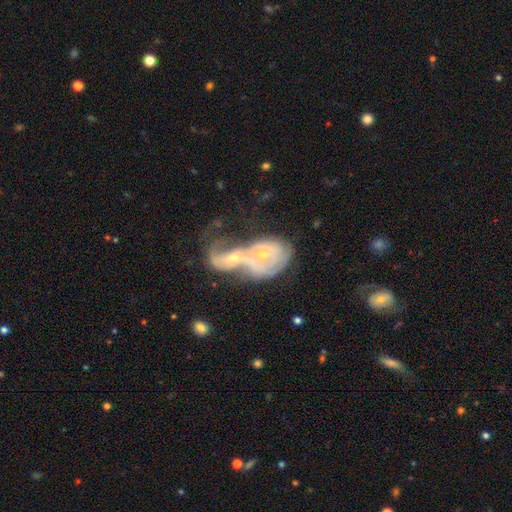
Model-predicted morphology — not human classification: The model was most divided on "bulge size": small: 57%, moderate: 36%, none: 3%, large: 2%, dominant: 1%. More confident: edge-on disk — no (95%); merging — merger (75%); bar — no (75%); smooth or featured — featured or disk (71%); spiral arms — yes (65%).